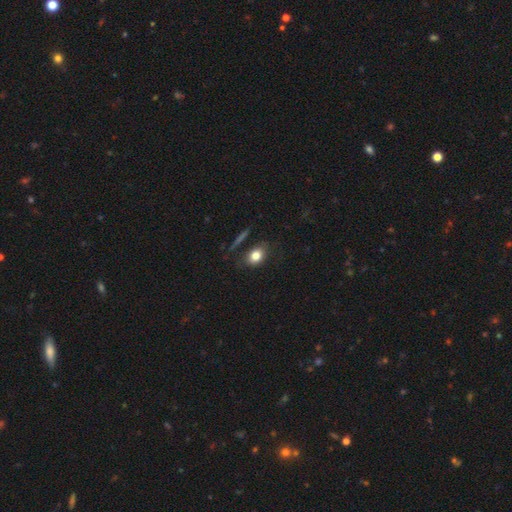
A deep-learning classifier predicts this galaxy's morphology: Overall: smooth (79%). How rounded: in between (66%; round 32%). Merging: none (73%).